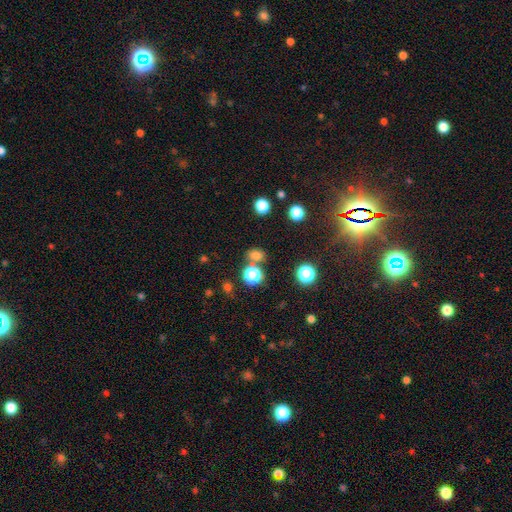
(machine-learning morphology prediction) smooth-or-featured: smooth: 70% | star or artifact: 23% | featured or disk: 7%
  how-rounded: in between: 50% | round: 48% | cigar-shaped: 2%
  merging: none: 67% | merger: 18% | minor disturbance: 11% | major disturbance: 4%